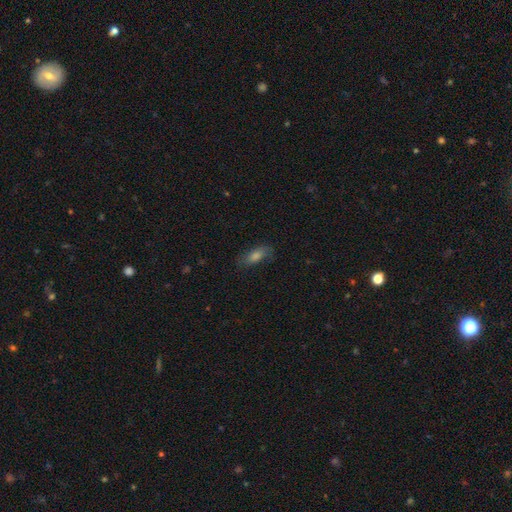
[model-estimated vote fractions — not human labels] Q: Smooth or featured?
A: smooth (60%); runner-up: featured or disk (25%)
Q: How rounded?
A: in between (68%); runner-up: cigar-shaped (27%)
Q: Merging?
A: none (76%); runner-up: minor disturbance (17%)